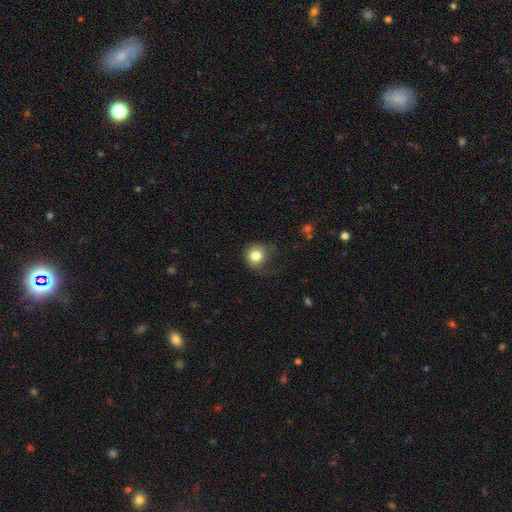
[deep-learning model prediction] Smooth or featured? Predicted: smooth (p=0.81). How rounded? Predicted: round (p=0.84). Merging? Predicted: none (p=0.54).